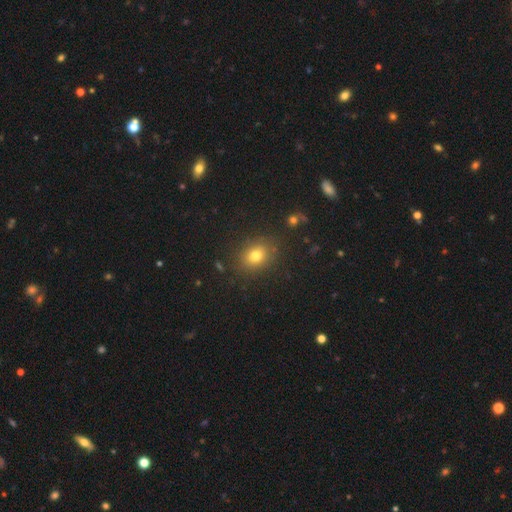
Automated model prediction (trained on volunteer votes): This appears to be a smooth galaxy with no disk features (77%) that is in between round and cigar-shaped (51%). Merging: none (85%).